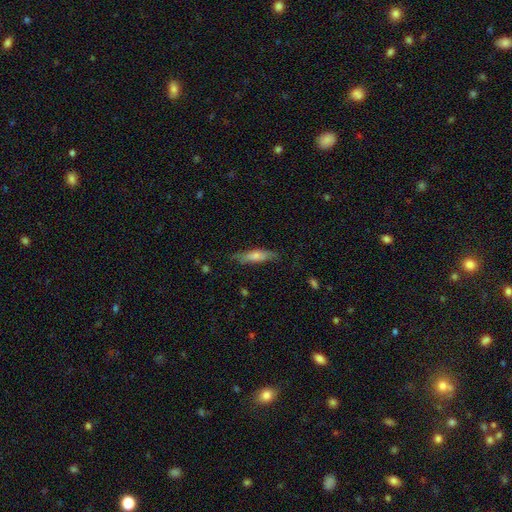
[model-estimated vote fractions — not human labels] Smooth or featured?
  - smooth: 59% *
  - featured or disk: 34%
  - star or artifact: 7%
How rounded?
  - cigar-shaped: 75% *
  - in between: 23%
  - round: 2%
Merging?
  - none: 77% *
  - minor disturbance: 17%
  - major disturbance: 4%
  - merger: 1%